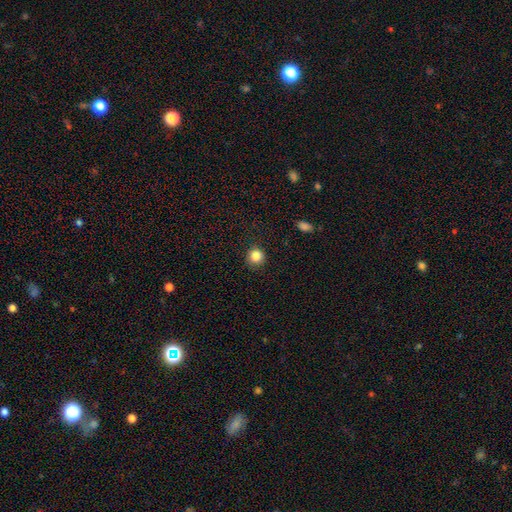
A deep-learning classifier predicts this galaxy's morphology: This is clearly a smooth galaxy (85%). How rounded: clearly round (91%). Merging: clearly none (87%).